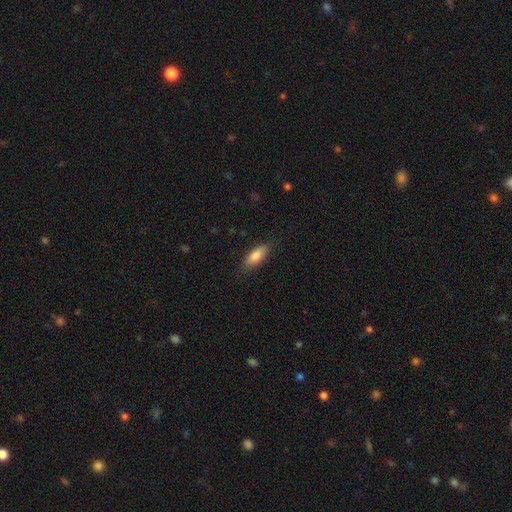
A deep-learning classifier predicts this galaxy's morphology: A smooth galaxy with no disk features (84%) that is in between round and cigar-shaped (78%).

Vote fractions:
- Smooth or featured? smooth: 84% / featured or disk: 10% / star or artifact: 6%
- How rounded? in between: 78% / cigar-shaped: 20% / round: 2%
- Merging? none: 81% / minor disturbance: 15% / major disturbance: 3% / merger: 1%